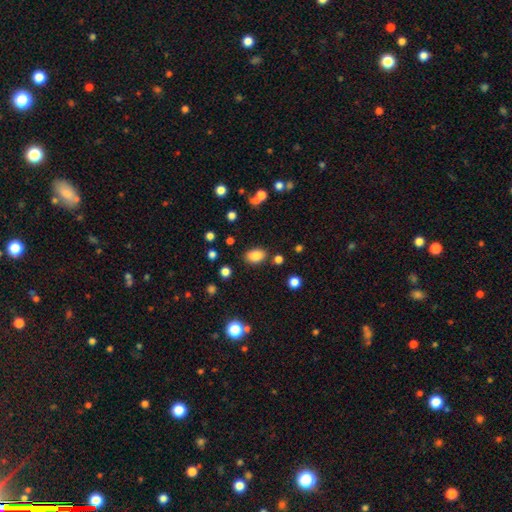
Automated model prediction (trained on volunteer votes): A smooth galaxy with no disk features (85%) that is in between round and cigar-shaped (84%).

Vote fractions:
- Smooth or featured? smooth: 85% / star or artifact: 10% / featured or disk: 5%
- How rounded? in between: 84% / round: 15% / cigar-shaped: 1%
- Merging? none: 82% / minor disturbance: 11% / merger: 4% / major disturbance: 3%